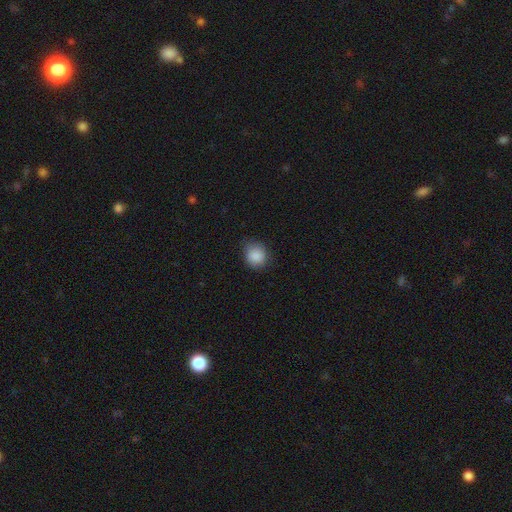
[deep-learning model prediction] Smooth or featured? smooth (88%)
How rounded? round (70%)
Merging? none (75%)